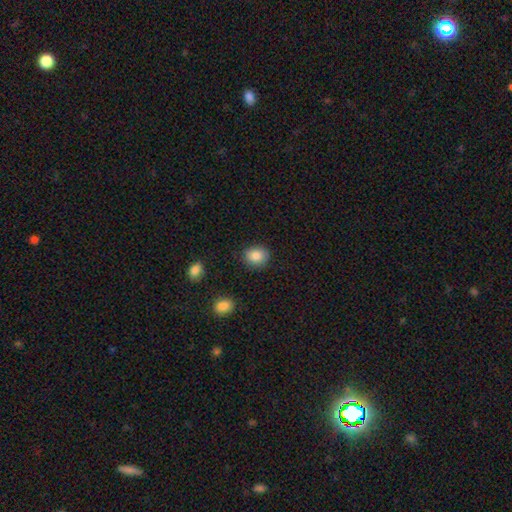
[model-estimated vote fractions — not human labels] Smooth or featured: smooth — 86% (star or artifact — 9%)
How rounded: round — 62% (in between — 37%)
Merging: none — 86% (minor disturbance — 10%)